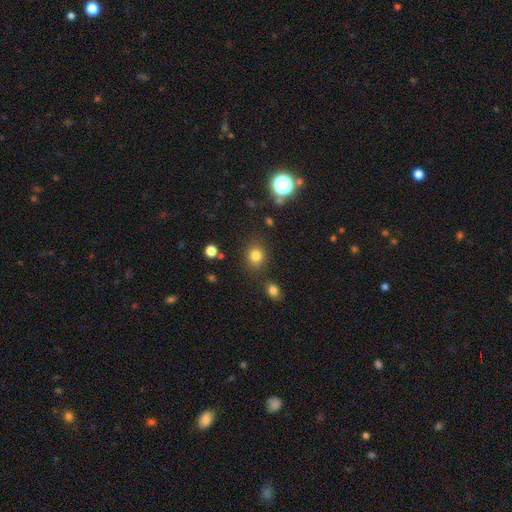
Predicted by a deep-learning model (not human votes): The model was most divided on "how rounded": round: 79%, in between: 20%, cigar-shaped: 1%. More confident: merging — none (84%); smooth or featured — smooth (79%).